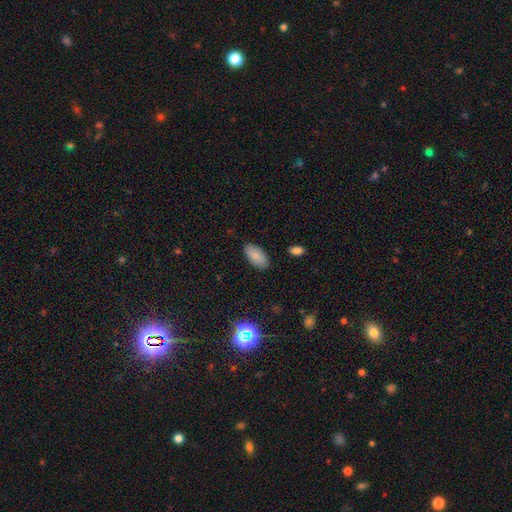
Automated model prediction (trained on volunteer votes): Overall: smooth (84%). How rounded: in between (94%). Merging: none (86%).